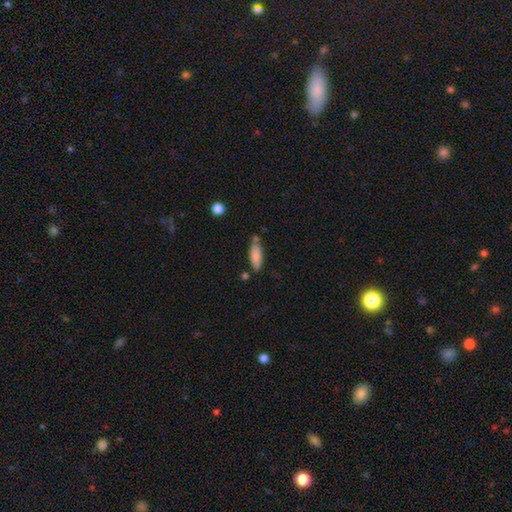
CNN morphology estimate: Smooth or featured: smooth — 80% (featured or disk — 13%)
How rounded: in between — 59% (cigar-shaped — 39%)
Merging: none — 60% (minor disturbance — 23%)